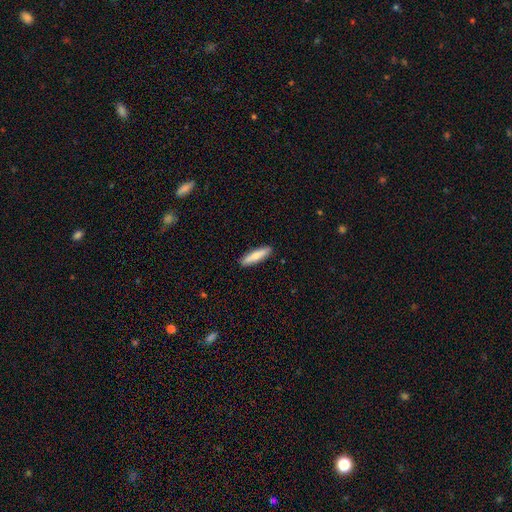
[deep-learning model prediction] Overall: smooth (75%). How rounded: cigar-shaped (74%). Merging: none (90%).